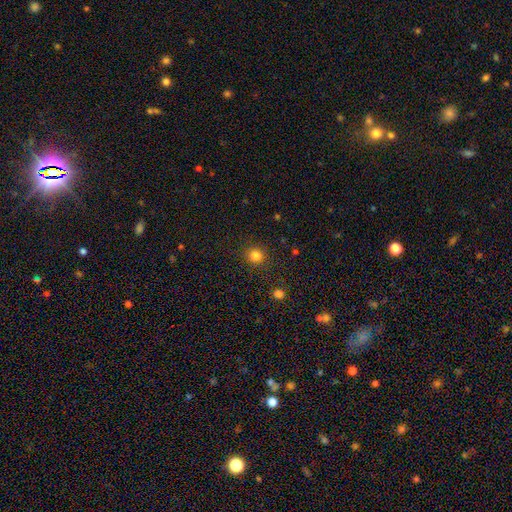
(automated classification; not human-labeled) Morphology: type=smooth (83%); roundness=round (91%); merging=none (89%).